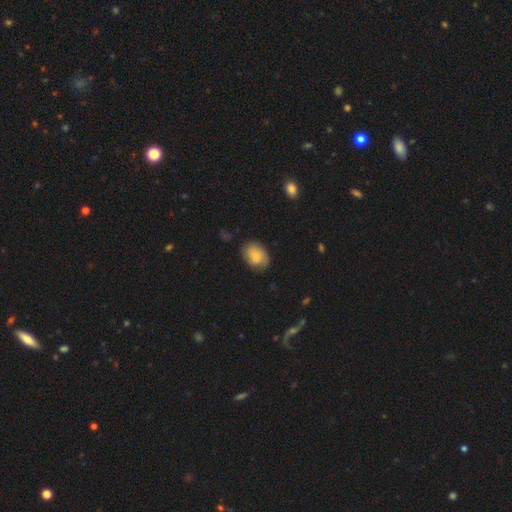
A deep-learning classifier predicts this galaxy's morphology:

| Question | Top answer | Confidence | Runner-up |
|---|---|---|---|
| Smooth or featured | smooth | 80% | featured or disk (12%) |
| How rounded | in between | 74% | round (25%) |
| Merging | none | 69% | minor disturbance (24%) |